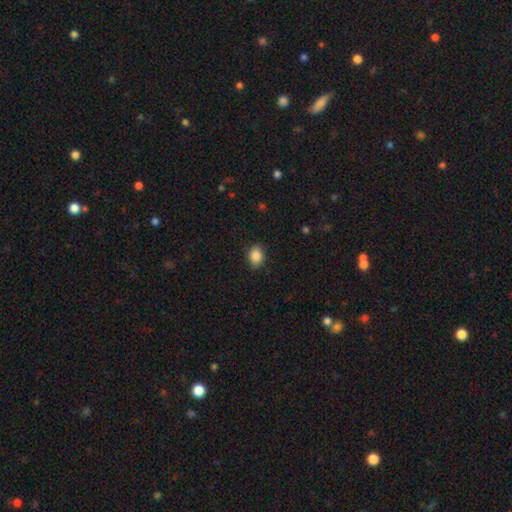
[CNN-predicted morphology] type=smooth (88%); roundness=in between (68%); merging=none (85%).